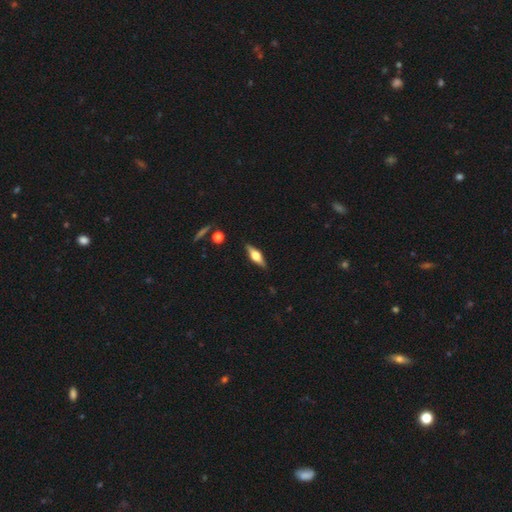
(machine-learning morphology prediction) A featured or disk galaxy (61%) viewed edge-on (95%) with a rounded central bulge (91%).

Vote fractions:
- Smooth or featured? featured or disk: 61% / smooth: 33% / star or artifact: 7%
- Edge-on disk? yes: 95% / no: 5%
- Edge-on bulge? rounded: 91% / boxy: 7% / none: 2%
- Merging? none: 87% / minor disturbance: 9% / major disturbance: 2% / merger: 2%